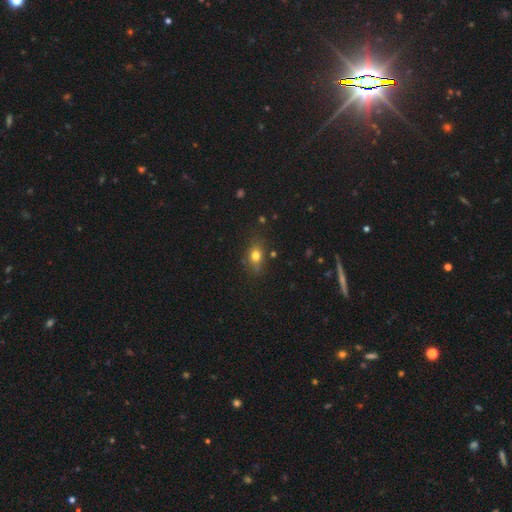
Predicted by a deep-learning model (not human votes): A smooth galaxy with no disk features (77%) that is in between round and cigar-shaped (61%). Merging: none (75%).